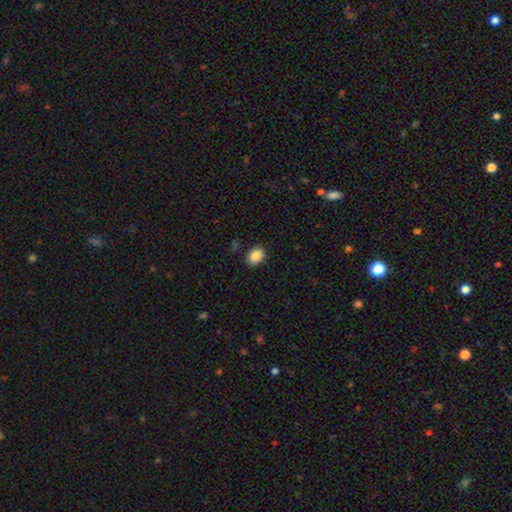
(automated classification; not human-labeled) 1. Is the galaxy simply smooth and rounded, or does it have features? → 88% smooth, 8% star or artifact, 4% featured or disk.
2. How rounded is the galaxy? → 64% in between, 35% round, 1% cigar-shaped.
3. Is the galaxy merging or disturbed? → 86% none, 10% minor disturbance, 2% major disturbance, 1% merger.